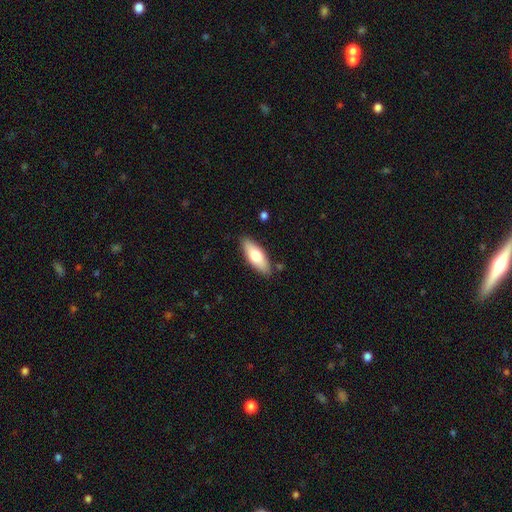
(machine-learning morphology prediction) Smooth or featured: smooth — 71% (featured or disk — 24%)
How rounded: in between — 71% (cigar-shaped — 27%)
Merging: none — 86% (minor disturbance — 10%)